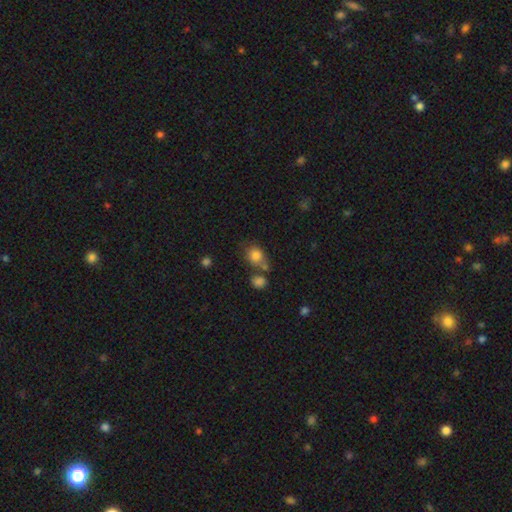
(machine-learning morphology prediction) smooth-or-featured: smooth: 81% | star or artifact: 10% | featured or disk: 9%
  how-rounded: in between: 50% | round: 49% | cigar-shaped: 1%
  merging: none: 49% | merger: 25% | minor disturbance: 19% | major disturbance: 8%